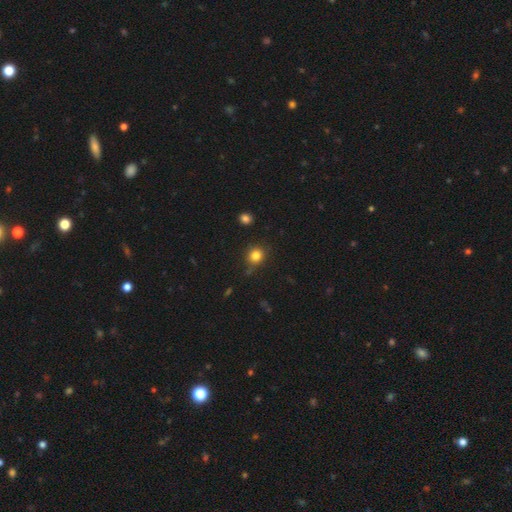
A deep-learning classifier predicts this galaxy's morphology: Smooth or featured? Predicted: smooth (p=0.81). How rounded? Predicted: round (p=0.83). Merging? Predicted: none (p=0.78).